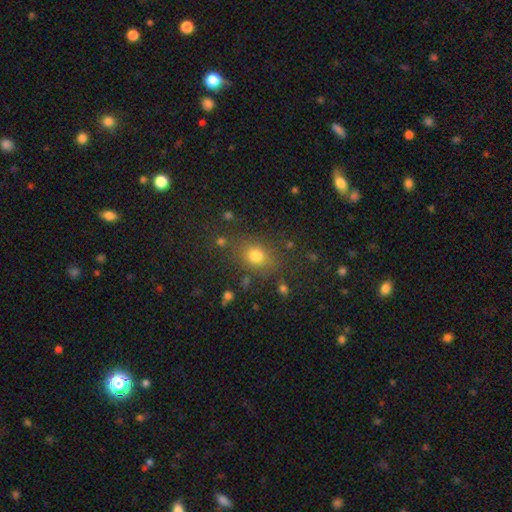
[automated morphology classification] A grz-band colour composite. It shows a smooth galaxy with no disk features (75%) that is round (56%). Merging: none (77%).